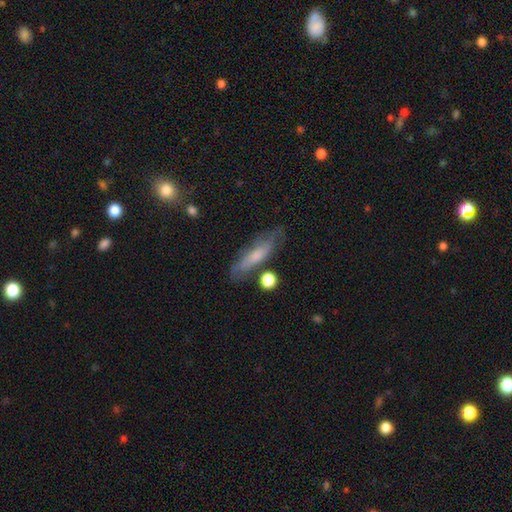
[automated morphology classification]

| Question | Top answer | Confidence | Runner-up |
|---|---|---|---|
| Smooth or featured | smooth | 55% | featured or disk (37%) |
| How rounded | cigar-shaped | 66% | in between (31%) |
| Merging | none | 69% | minor disturbance (20%) |